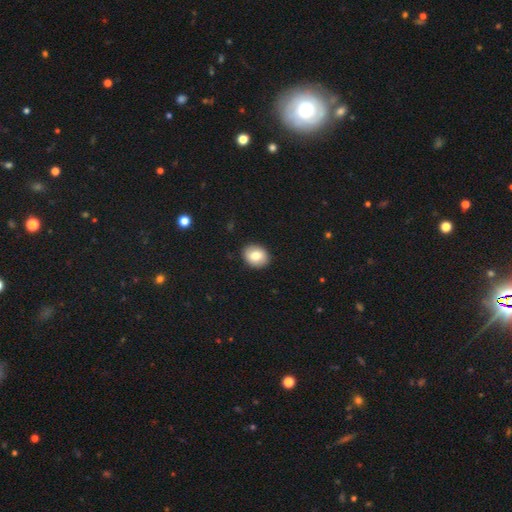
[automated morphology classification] Smooth or featured? Predicted: smooth (p=0.79). How rounded? Predicted: round (p=0.53). Merging? Predicted: none (p=0.90).